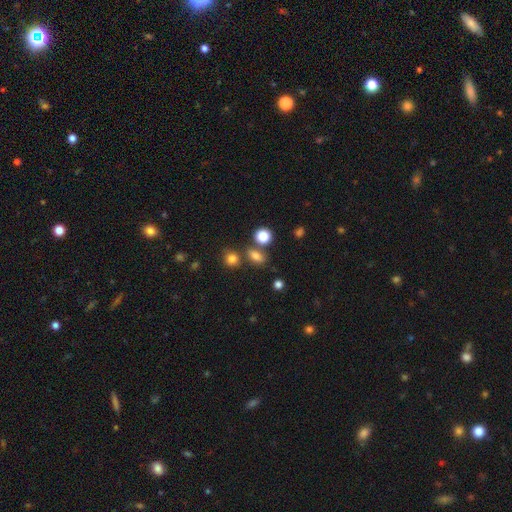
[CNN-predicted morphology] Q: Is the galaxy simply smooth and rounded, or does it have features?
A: smooth — 77%.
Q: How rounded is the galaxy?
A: in between — 65%.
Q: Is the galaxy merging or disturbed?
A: none — 70%.